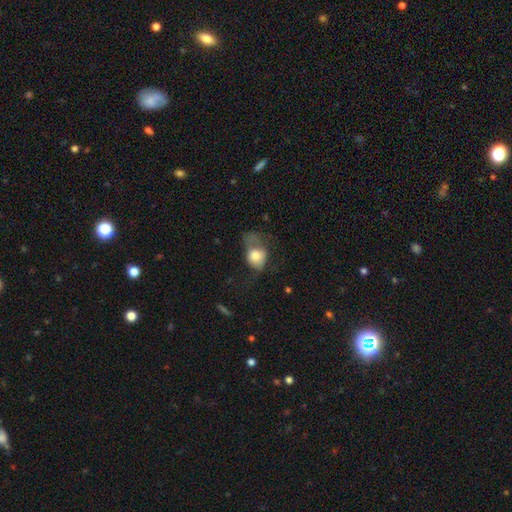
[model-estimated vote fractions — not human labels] Smooth or featured? Predicted: smooth (p=0.72). How rounded? Predicted: in between (p=0.54). Merging? Predicted: major disturbance (p=0.50).